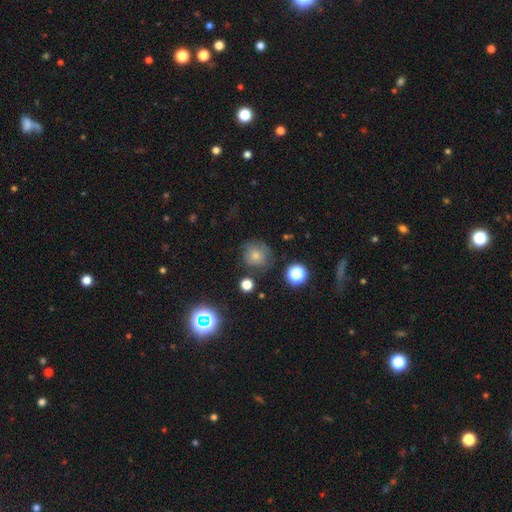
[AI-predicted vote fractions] Q: Smooth or featured?
A: smooth (69%); runner-up: featured or disk (16%)
Q: How rounded?
A: round (87%); runner-up: in between (12%)
Q: Merging?
A: none (66%); runner-up: minor disturbance (21%)